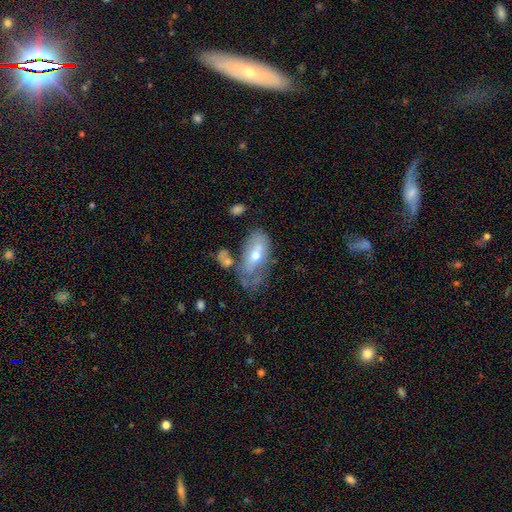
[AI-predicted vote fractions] This appears to be a smooth galaxy with no disk features (47%). Merging: none (33%).